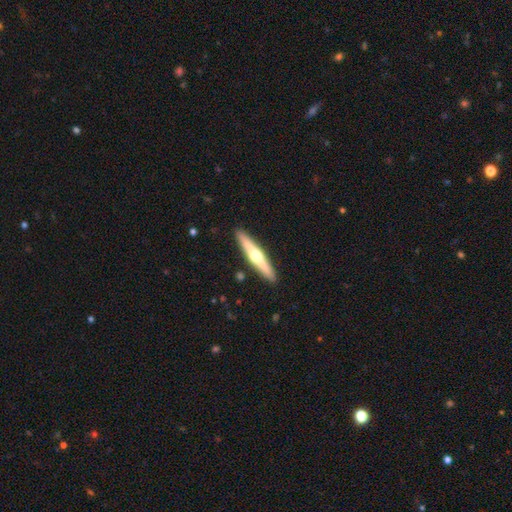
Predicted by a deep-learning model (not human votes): Smooth or featured? Predicted: featured or disk (p=0.61). Edge-on disk? Predicted: yes (p=0.97). Edge-on bulge? Predicted: rounded (p=0.93). Merging? Predicted: none (p=0.91).